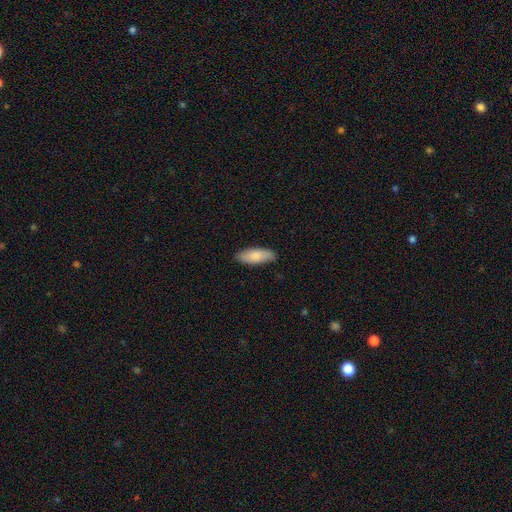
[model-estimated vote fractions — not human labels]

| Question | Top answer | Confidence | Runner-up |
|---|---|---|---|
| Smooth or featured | smooth | 84% | featured or disk (11%) |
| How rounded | in between | 68% | cigar-shaped (30%) |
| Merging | none | 87% | minor disturbance (10%) |